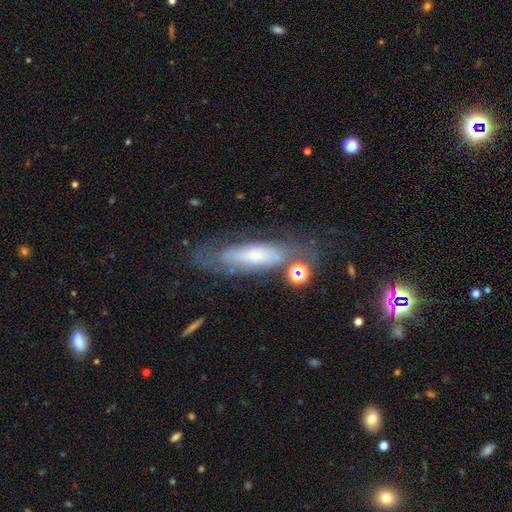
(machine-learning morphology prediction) type=featured or disk (51%); edge-on=no (67%); merging=none (57%).